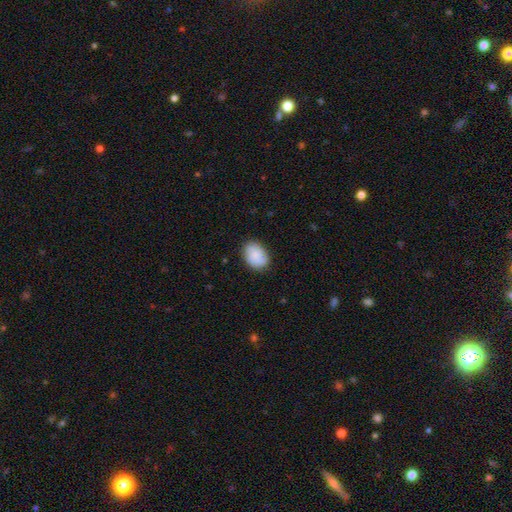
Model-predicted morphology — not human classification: A smooth galaxy with no disk features (83%) that is in between round and cigar-shaped (78%). Merging: none (81%).